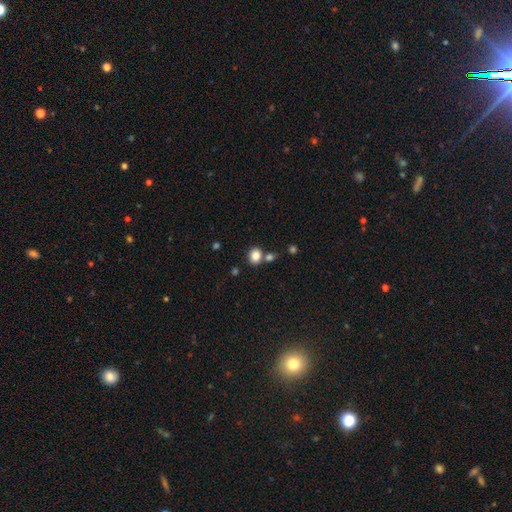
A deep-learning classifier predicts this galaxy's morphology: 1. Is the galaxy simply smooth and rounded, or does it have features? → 85% smooth, 10% star or artifact, 5% featured or disk.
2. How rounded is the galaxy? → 62% round, 37% in between, 1% cigar-shaped.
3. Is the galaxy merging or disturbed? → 66% none, 20% merger, 10% minor disturbance, 3% major disturbance.